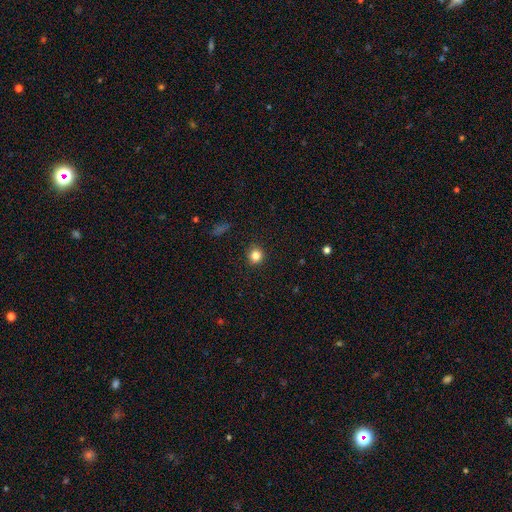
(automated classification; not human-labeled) A smooth galaxy with no disk features (82%) that is round (90%). Merging: none (91%).